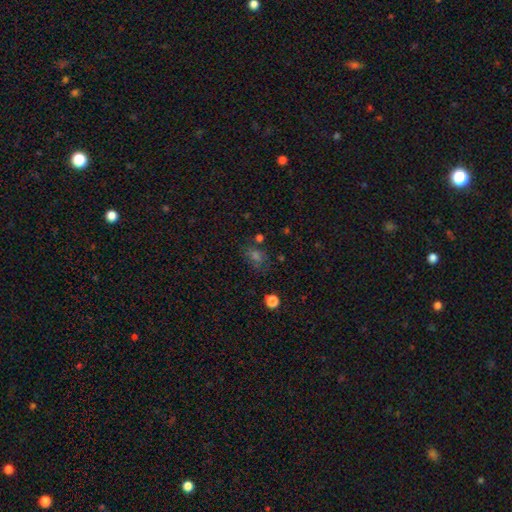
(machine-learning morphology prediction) smooth 50%, star or artifact 36%, featured or disk 13%. Down the decision tree: how rounded — in between (55%); merging — none (70%).